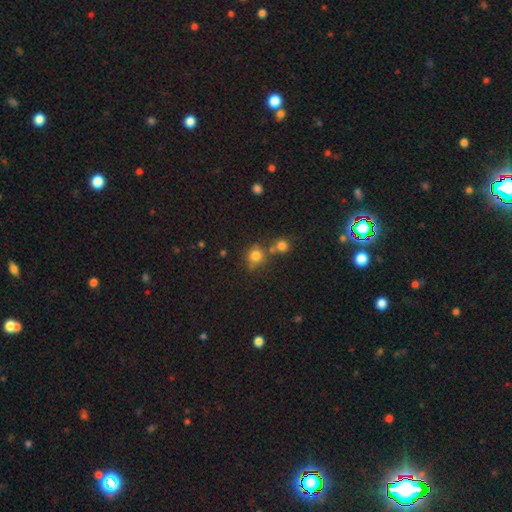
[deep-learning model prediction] Smooth or featured: smooth — 77% (star or artifact — 15%)
How rounded: round — 86% (in between — 13%)
Merging: none — 62% (merger — 23%)